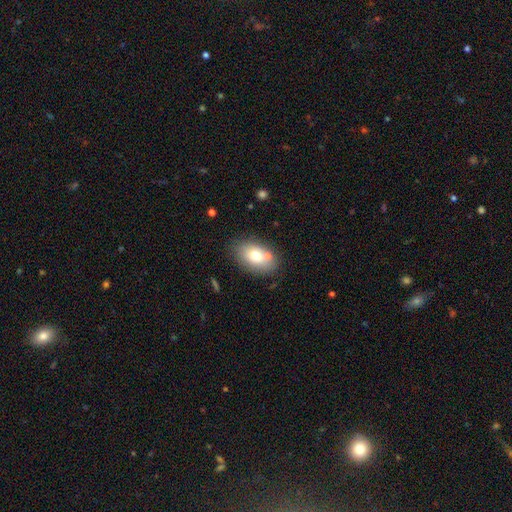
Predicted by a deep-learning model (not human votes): This appears to be a smooth galaxy with no disk features (72%) that is in between round and cigar-shaped (86%). Merging: none (72%).